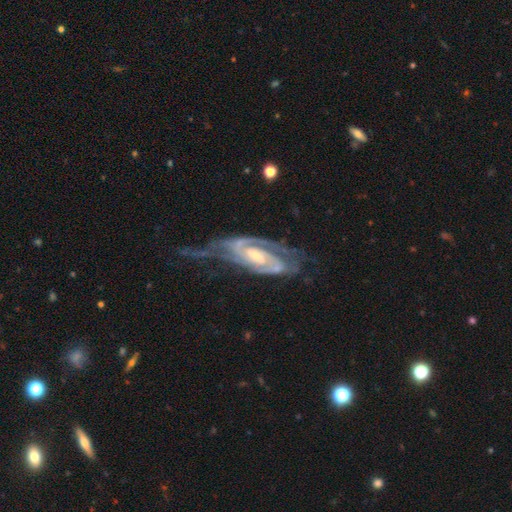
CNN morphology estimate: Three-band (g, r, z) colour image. It shows a featured or disk galaxy (91%) with a weak bar (42%), 2 (75%) tight (54%) spiral arms (98%) and a small central bulge (48%). Merging: none (47%).